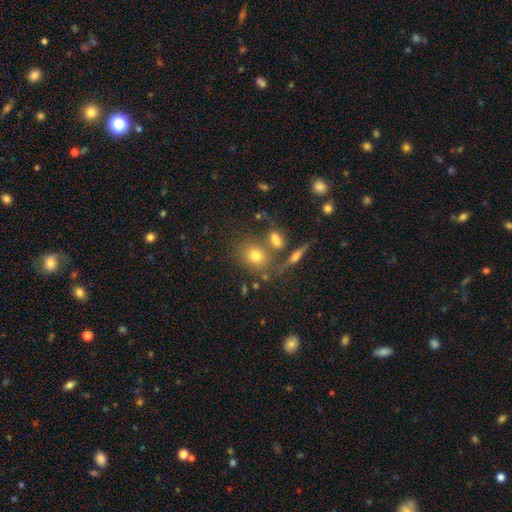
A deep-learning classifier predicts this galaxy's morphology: Overall: smooth (72%). How rounded: round (62%; in between 36%). Merging: none (60%; merger 21%).